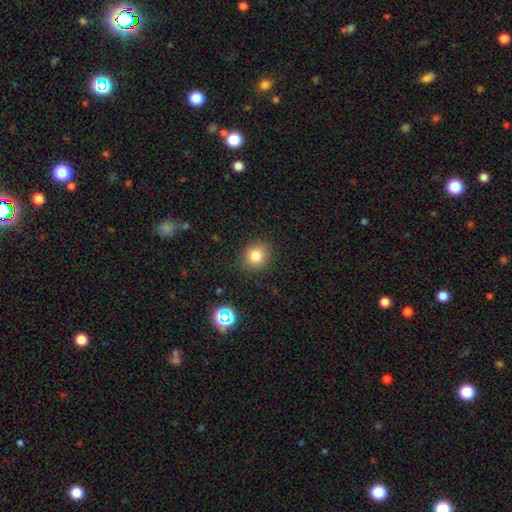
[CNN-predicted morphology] This appears to be a smooth galaxy with no disk features (80%) that is round (84%). Merging: none (88%).